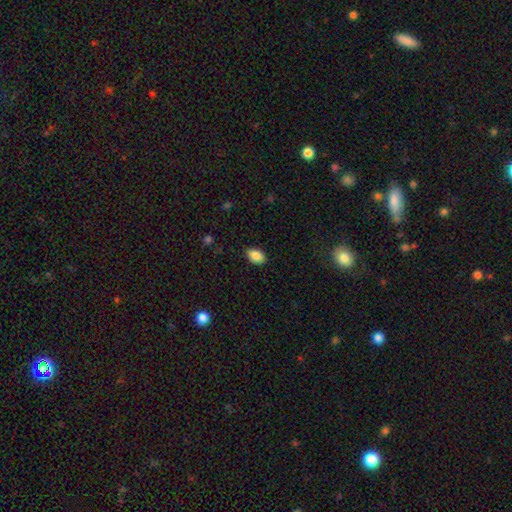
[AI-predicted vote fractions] Overall: smooth (86%). How rounded: in between (89%). Merging: none (83%).